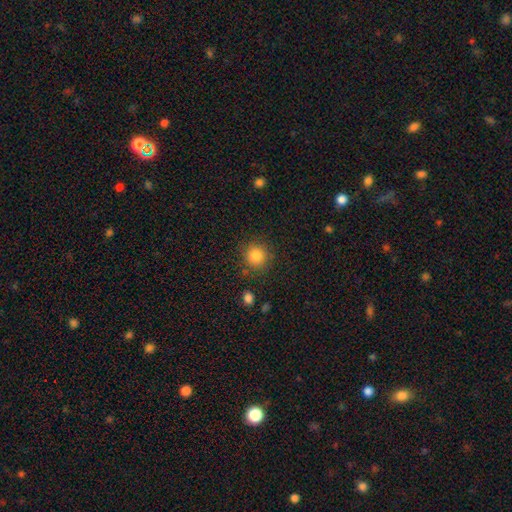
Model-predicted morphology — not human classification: A smooth galaxy with no disk features (84%) that is round (92%). Merging: none (85%).